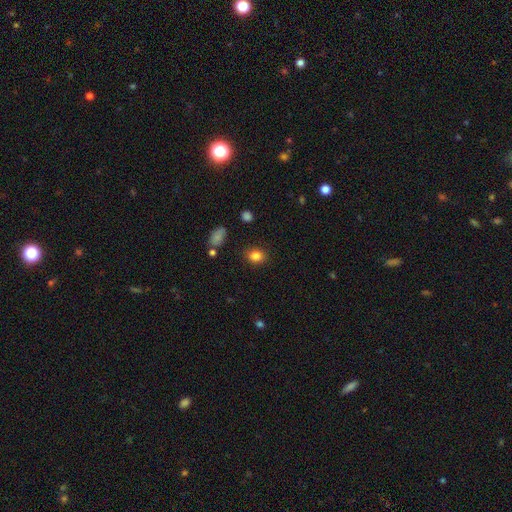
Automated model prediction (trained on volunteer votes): The model was most divided on "how rounded": round: 51%, in between: 48%, cigar-shaped: 1%. More confident: merging — none (87%); smooth or featured — smooth (83%).